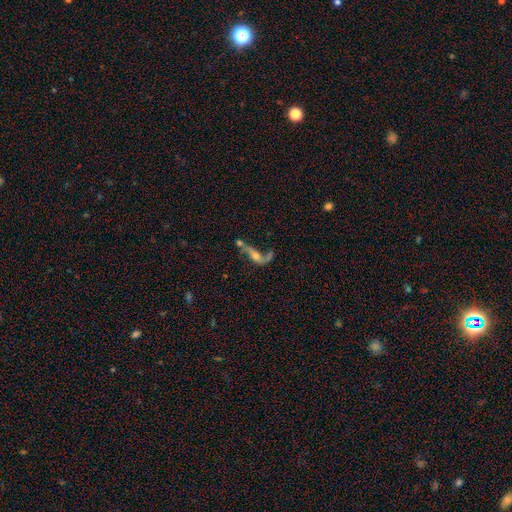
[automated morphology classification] Smooth or featured: featured or disk — 73% (smooth — 16%)
Edge-on disk: no — 78% (yes — 22%)
Bar: no — 59% (weak — 27%)
Spiral arms: yes — 78% (no — 22%)
Bulge size: moderate — 46% (small — 35%)
Merging: none — 35% (merger — 26%)